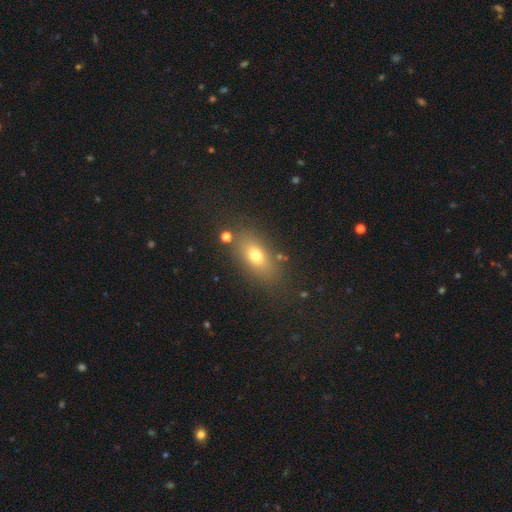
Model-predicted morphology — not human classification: smooth 70%, featured or disk 18%, star or artifact 12%. Down the decision tree: how rounded — in between (77%); merging — none (79%).